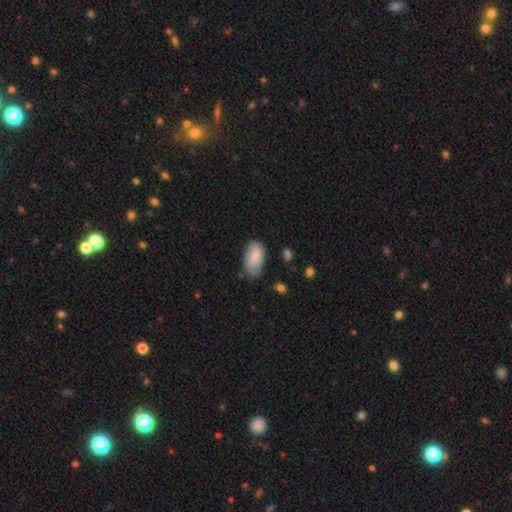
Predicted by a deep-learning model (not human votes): This appears to be a smooth galaxy with no disk features (84%) that is in between round and cigar-shaped (95%). Merging: none (64%).